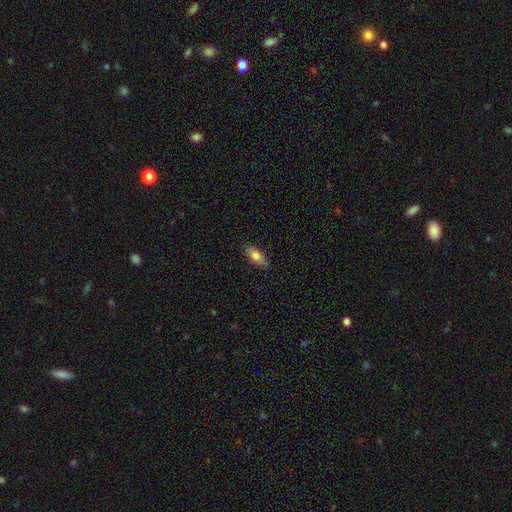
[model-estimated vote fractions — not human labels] A smooth galaxy with no disk features (74%) that is in between round and cigar-shaped (75%).

Vote fractions:
- Smooth or featured? smooth: 74% / featured or disk: 19% / star or artifact: 7%
- How rounded? in between: 75% / cigar-shaped: 22% / round: 3%
- Merging? none: 84% / minor disturbance: 13% / major disturbance: 2% / merger: 1%